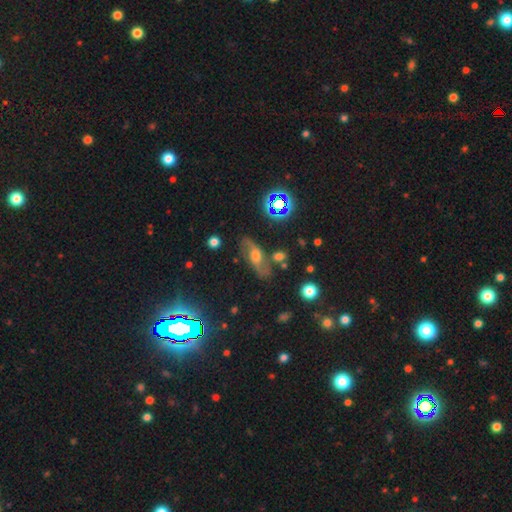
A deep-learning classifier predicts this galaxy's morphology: Overall: featured or disk (58%; smooth 23%). Edge-on disk: no (79%). Merging: none (68%).